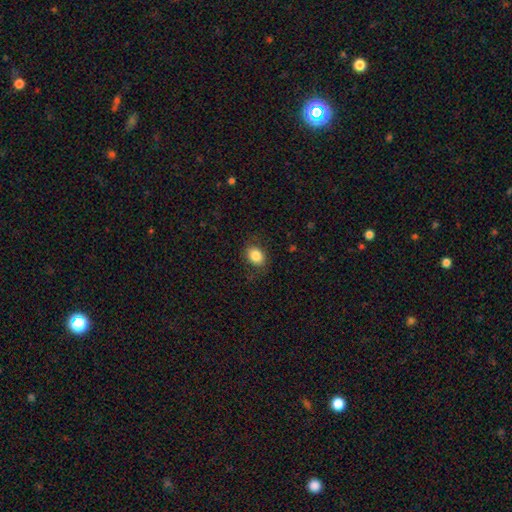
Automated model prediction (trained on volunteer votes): This appears to be a smooth galaxy with no disk features (84%) that is in between round and cigar-shaped (61%). Merging: none (80%).